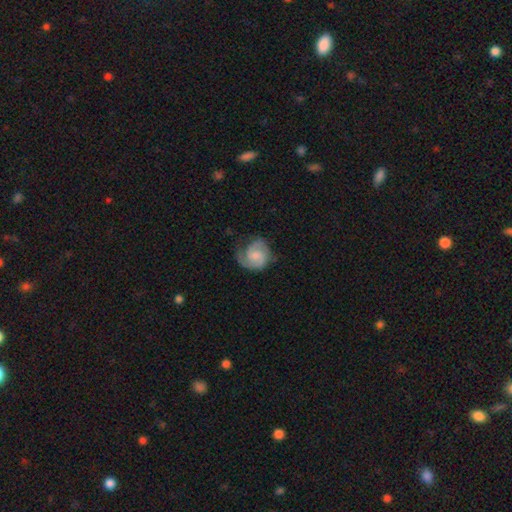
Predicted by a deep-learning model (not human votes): Smooth or featured: featured or disk — 68% (smooth — 26%)
Edge-on disk: no — 98% (yes — 2%)
Bar: no — 58% (weak — 37%)
Spiral arms: yes — 93% (no — 7%)
Spiral winding: medium — 44% (tight — 38%)
Spiral arm count: 2 — 65% (1 — 16%)
Bulge size: small — 44% (moderate — 29%)
Merging: none — 57% (minor disturbance — 26%)